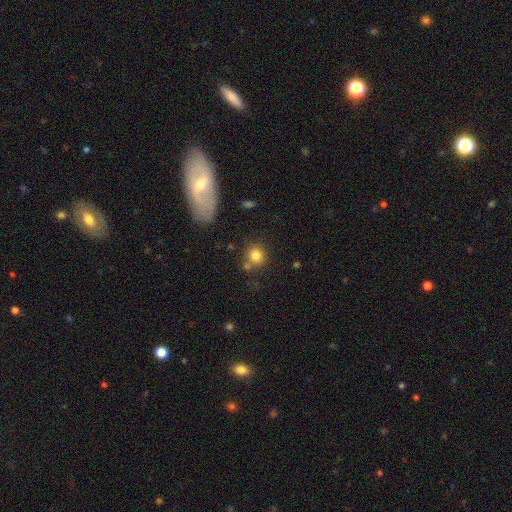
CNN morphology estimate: Smooth or featured? smooth (83%)
How rounded? round (86%)
Merging? none (69%)